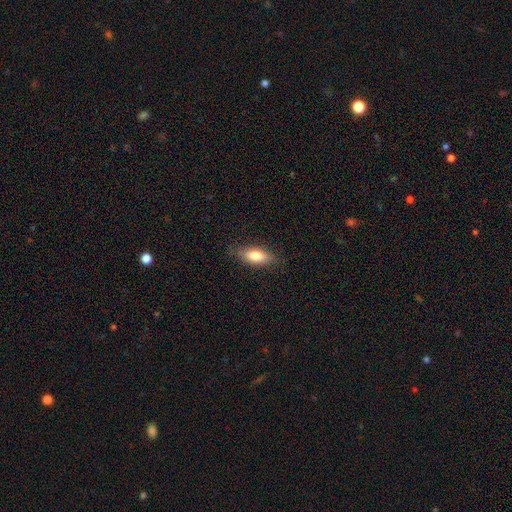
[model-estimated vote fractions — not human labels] Smooth or featured?
  - smooth: 77% *
  - featured or disk: 17%
  - star or artifact: 7%
How rounded?
  - in between: 74% *
  - cigar-shaped: 23%
  - round: 3%
Merging?
  - none: 81% *
  - minor disturbance: 15%
  - major disturbance: 3%
  - merger: 1%